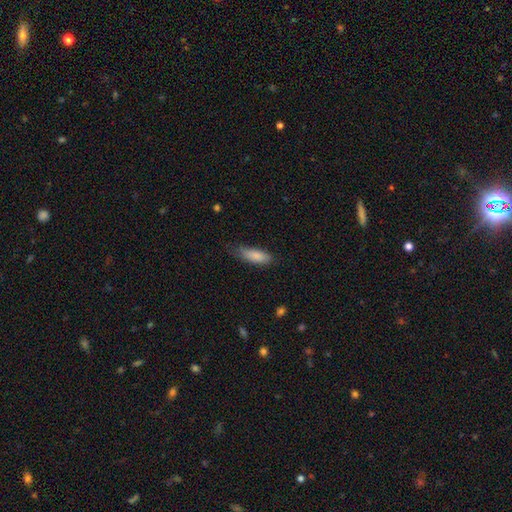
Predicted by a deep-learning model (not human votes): This is clearly a smooth galaxy (85%). How rounded: likely in between (65%). Merging: likely none (62%).